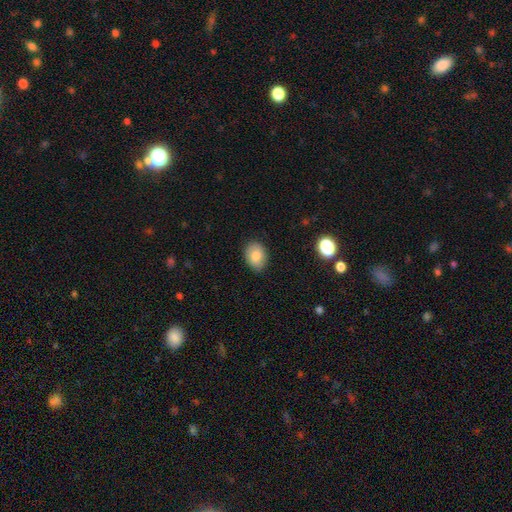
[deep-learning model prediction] This appears to be a smooth galaxy with no disk features (80%) that is in between round and cigar-shaped (71%). Merging: none (86%).